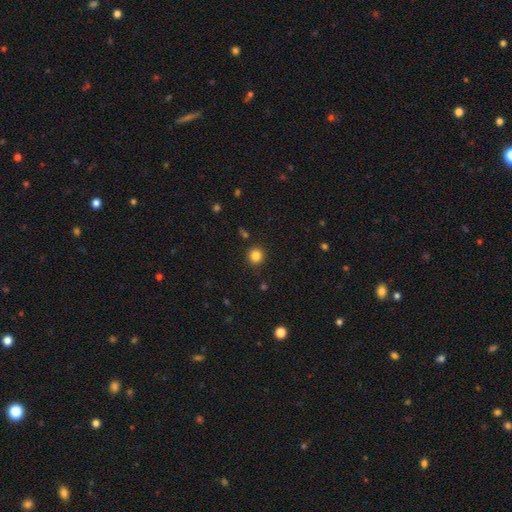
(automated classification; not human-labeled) Q: Smooth or featured?
A: smooth (84%); runner-up: star or artifact (12%)
Q: How rounded?
A: round (92%); runner-up: in between (7%)
Q: Merging?
A: none (89%); runner-up: minor disturbance (7%)